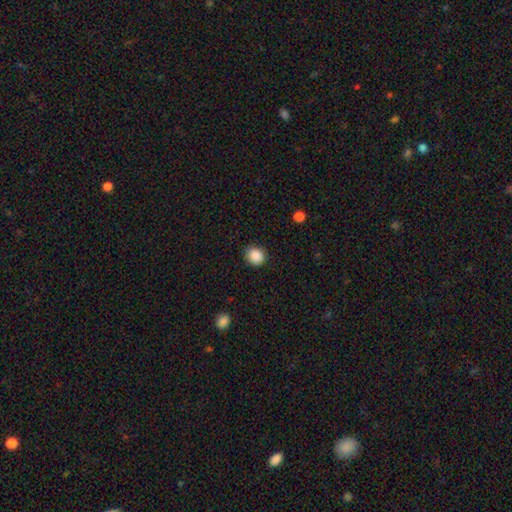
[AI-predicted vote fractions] This is clearly a smooth galaxy (88%). How rounded: likely round (75%). Merging: clearly none (87%).